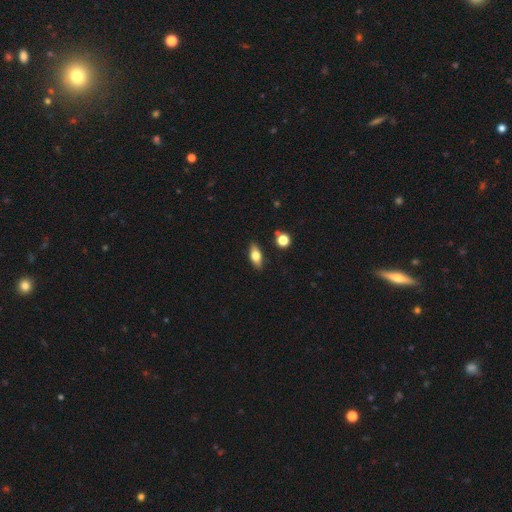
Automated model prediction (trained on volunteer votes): smooth 66%, featured or disk 26%, star or artifact 8%. Down the decision tree: how rounded — in between (76%); merging — none (86%).